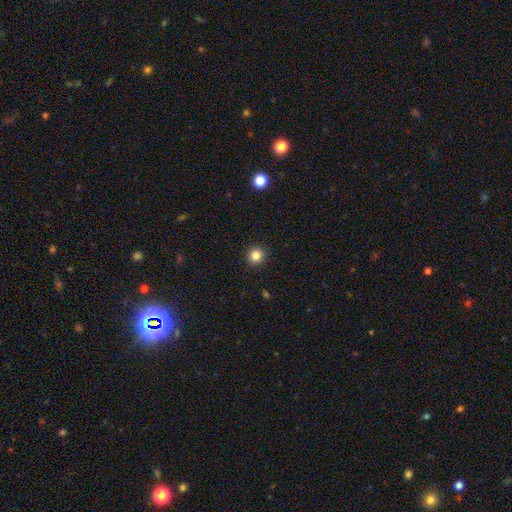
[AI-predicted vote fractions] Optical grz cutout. It shows a smooth galaxy with no disk features (84%) that is round (93%). Merging: none (92%).